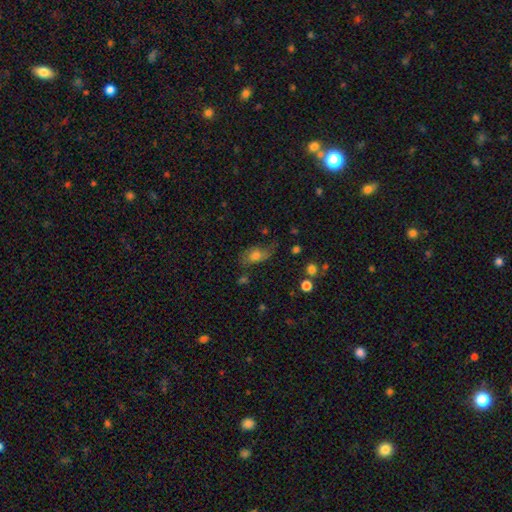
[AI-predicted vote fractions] Morphology: type=smooth (61%); roundness=in between (81%); merging=none (45%).